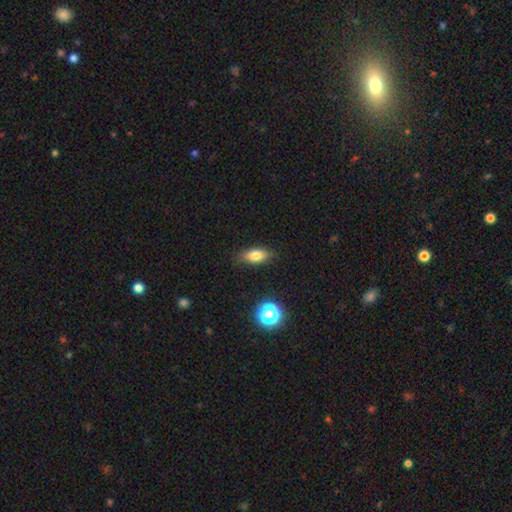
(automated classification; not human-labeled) Smooth or featured? Predicted: smooth (p=0.76). How rounded? Predicted: in between (p=0.76). Merging? Predicted: none (p=0.83).